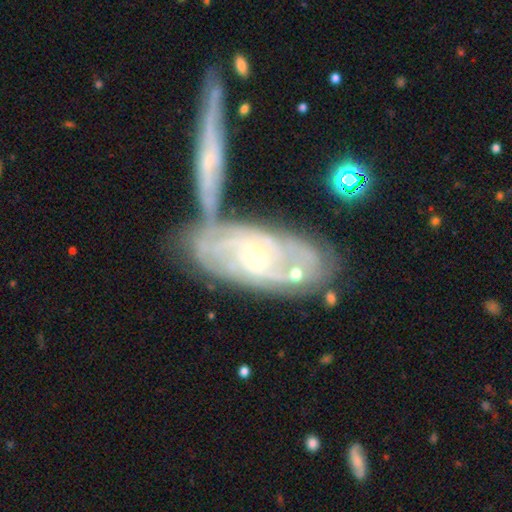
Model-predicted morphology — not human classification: A featured or disk galaxy (82%) with no bar (63%), tight (68%) spiral arms (90%) and a small central bulge (66%). Merging: none (48%).